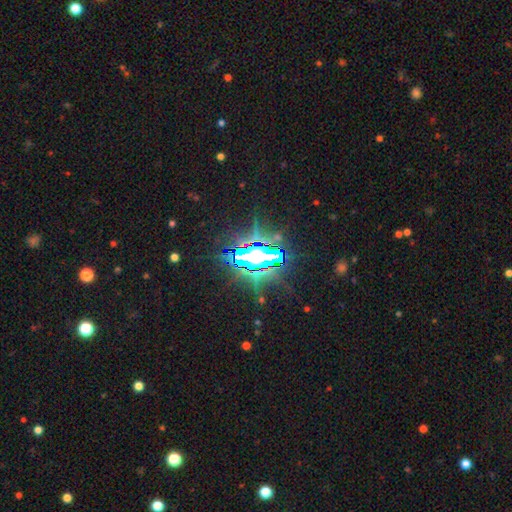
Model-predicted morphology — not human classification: Smooth or featured: star or artifact — 79% (featured or disk — 11%)